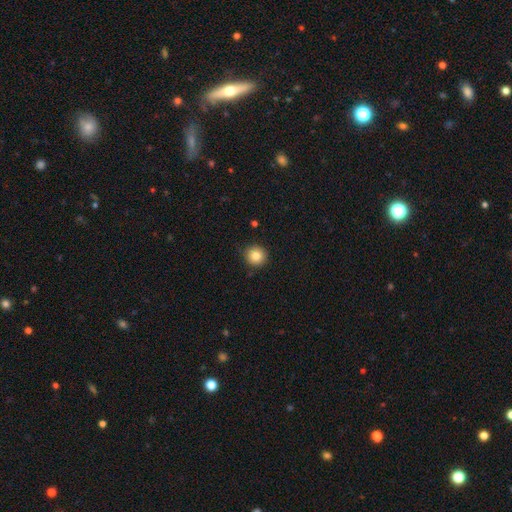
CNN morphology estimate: Smooth or featured? smooth (85%)
How rounded? round (94%)
Merging? none (88%)